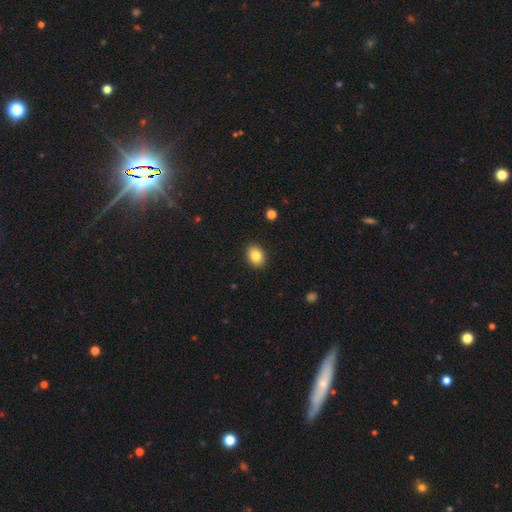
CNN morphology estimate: smooth-or-featured: smooth: 85% | star or artifact: 9% | featured or disk: 6%
  how-rounded: in between: 66% | round: 33% | cigar-shaped: 1%
  merging: none: 90% | minor disturbance: 7% | major disturbance: 2% | merger: 1%